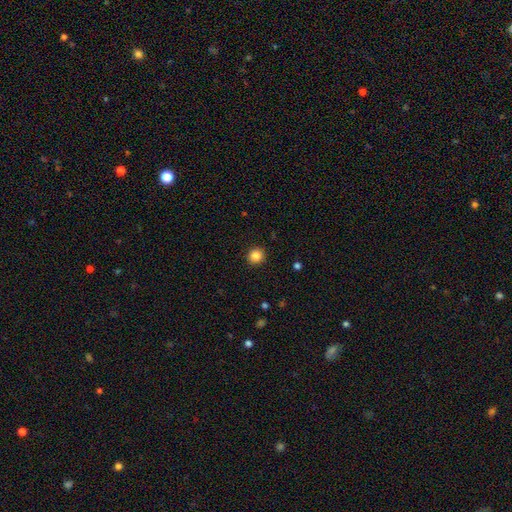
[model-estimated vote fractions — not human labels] Smooth or featured: smooth — 85% (star or artifact — 11%)
How rounded: round — 91% (in between — 8%)
Merging: none — 92% (minor disturbance — 5%)